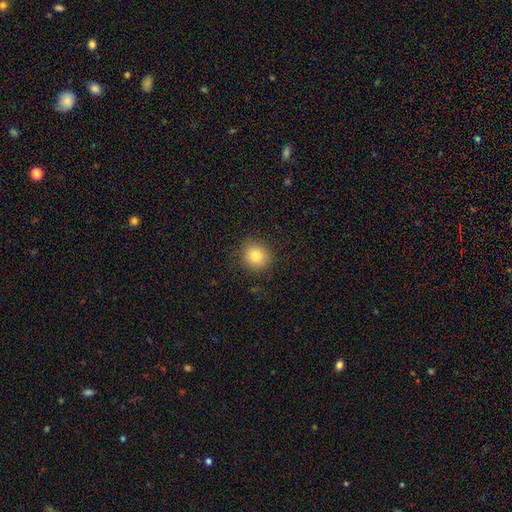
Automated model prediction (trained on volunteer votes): Smooth or featured? Predicted: smooth (p=0.81). How rounded? Predicted: round (p=0.89). Merging? Predicted: none (p=0.88).